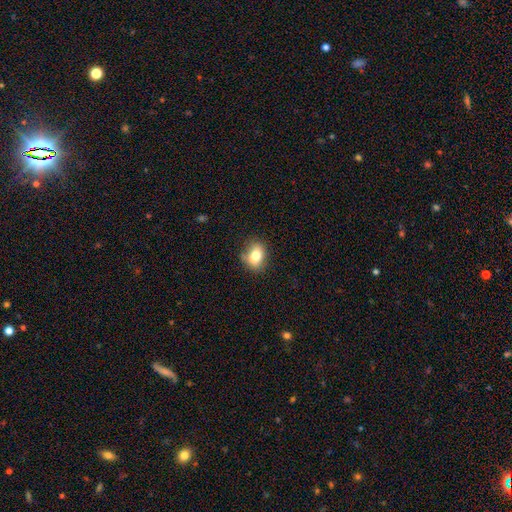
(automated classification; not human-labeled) Smooth or featured? smooth (78%)
How rounded? in between (61%)
Merging? none (73%)